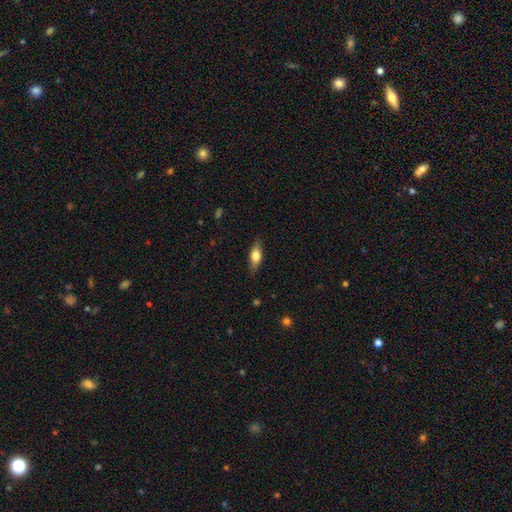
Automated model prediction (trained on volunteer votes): Smooth or featured? Predicted: smooth (p=0.61). How rounded? Predicted: in between (p=0.65). Merging? Predicted: none (p=0.83).